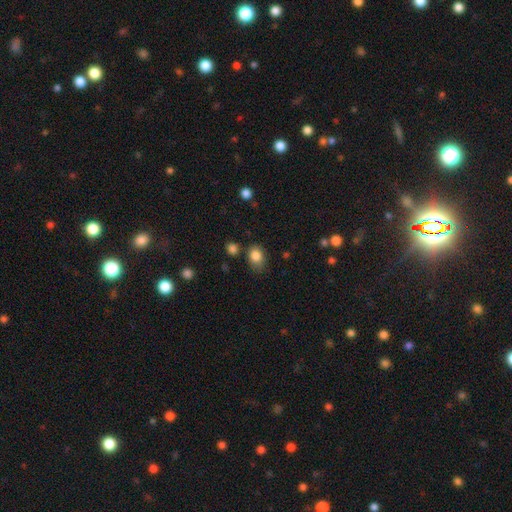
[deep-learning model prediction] This is clearly a smooth galaxy (84%). How rounded: likely in between (64%). Merging: likely none (67%).